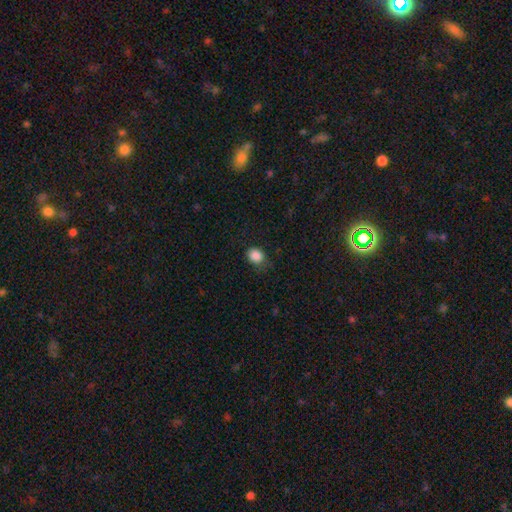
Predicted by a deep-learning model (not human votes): Smooth or featured: smooth — 87% (star or artifact — 10%)
How rounded: round — 64% (in between — 35%)
Merging: none — 73% (minor disturbance — 21%)